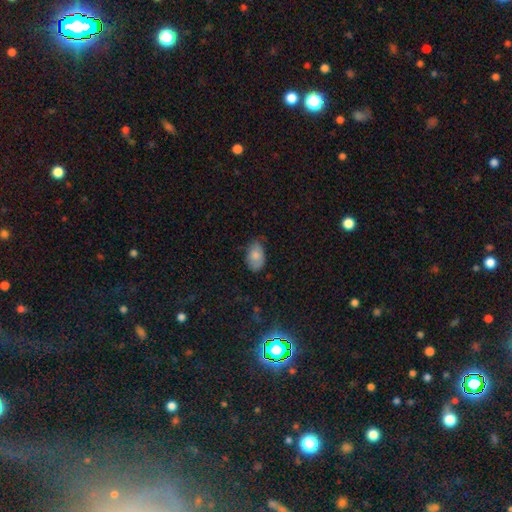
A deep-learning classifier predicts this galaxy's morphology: type=smooth (79%); roundness=in between (90%); merging=none (59%).